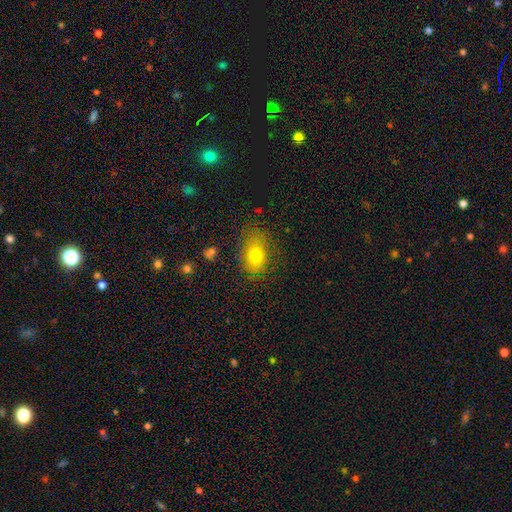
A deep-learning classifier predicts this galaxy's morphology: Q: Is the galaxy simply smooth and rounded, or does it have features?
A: smooth — 75%.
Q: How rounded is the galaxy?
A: in between — 82%.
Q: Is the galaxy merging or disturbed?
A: none — 73%.